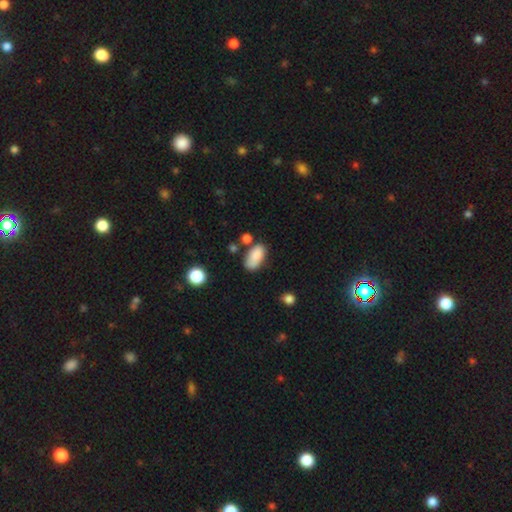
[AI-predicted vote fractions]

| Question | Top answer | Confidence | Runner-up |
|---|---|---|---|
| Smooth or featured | smooth | 84% | star or artifact (8%) |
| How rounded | in between | 93% | round (4%) |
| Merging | none | 58% | minor disturbance (23%) |